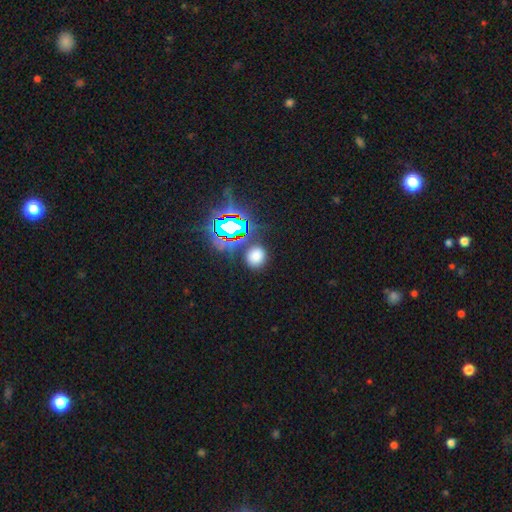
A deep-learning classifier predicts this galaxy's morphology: This appears to be a smooth galaxy with no disk features (66%) that is round (81%). Merging: none (82%).